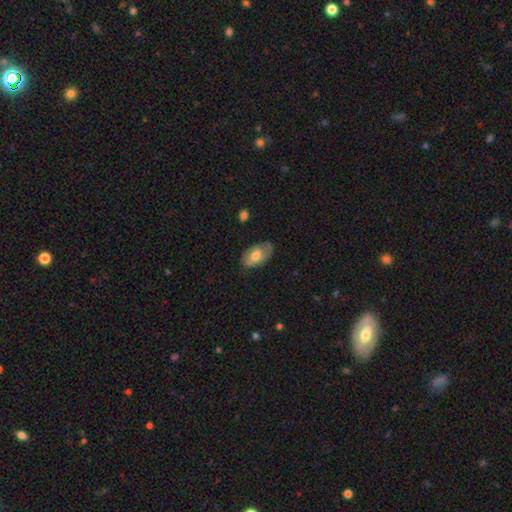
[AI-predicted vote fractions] smooth-or-featured: smooth: 64% | featured or disk: 30% | star or artifact: 6%
  how-rounded: in between: 93% | round: 5% | cigar-shaped: 2%
  merging: none: 73% | minor disturbance: 21% | major disturbance: 5% | merger: 1%